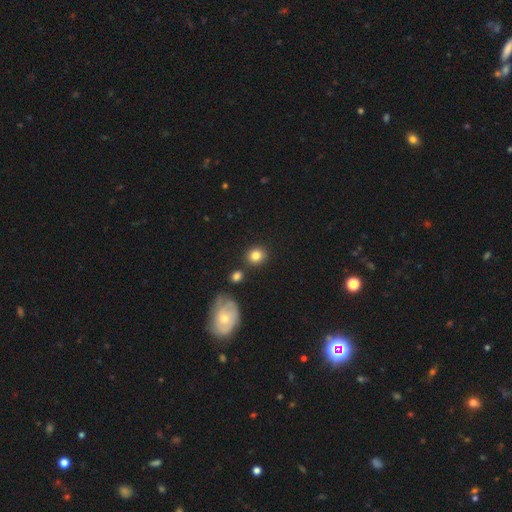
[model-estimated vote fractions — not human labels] Q: Smooth or featured?
A: smooth (82%); runner-up: star or artifact (10%)
Q: How rounded?
A: round (76%); runner-up: in between (23%)
Q: Merging?
A: none (79%); runner-up: minor disturbance (10%)